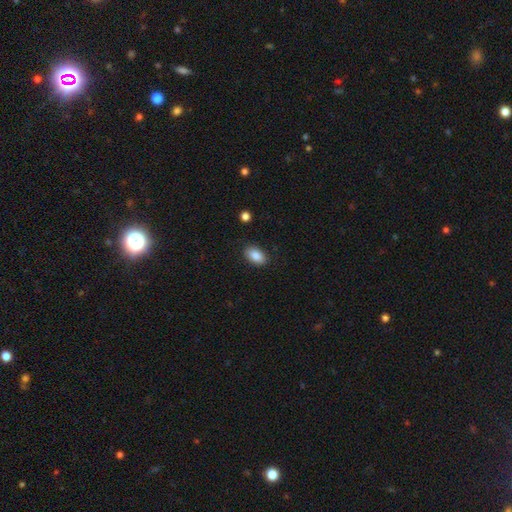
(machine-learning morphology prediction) type=smooth (85%); roundness=in between (92%); merging=none (87%).